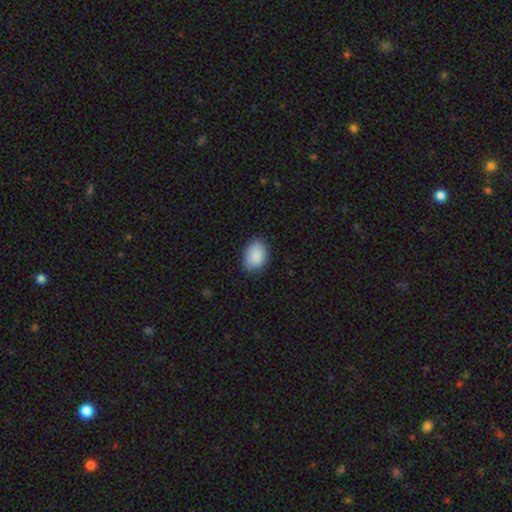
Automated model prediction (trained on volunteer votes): Smooth or featured: smooth — 89% (star or artifact — 7%)
How rounded: in between — 72% (round — 27%)
Merging: none — 79% (minor disturbance — 17%)